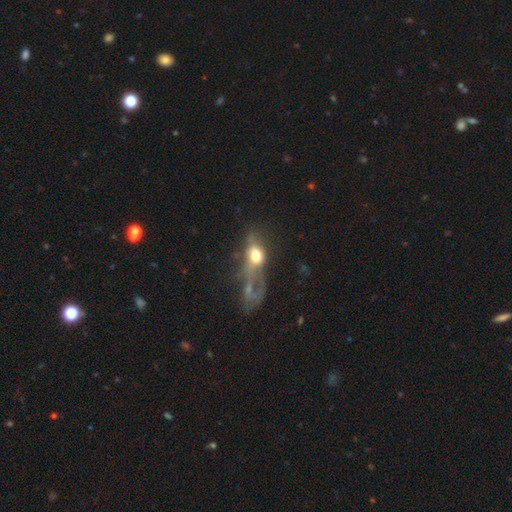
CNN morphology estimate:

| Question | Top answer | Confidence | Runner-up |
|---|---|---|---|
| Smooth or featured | smooth | 52% | featured or disk (35%) |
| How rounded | in between | 68% | round (27%) |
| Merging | major disturbance | 47% | merger (26%) |